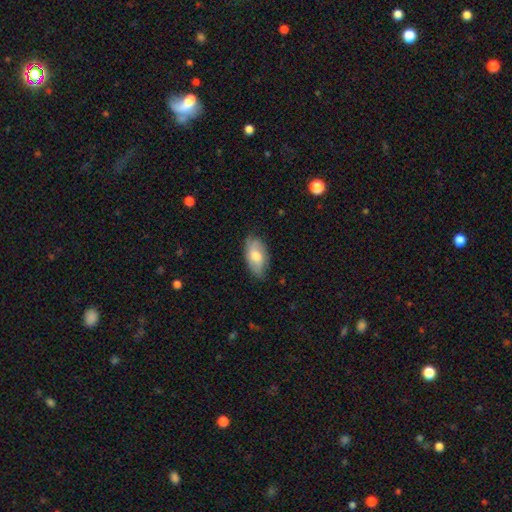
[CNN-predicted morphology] Smooth or featured?
  - smooth: 63% *
  - featured or disk: 31%
  - star or artifact: 6%
How rounded?
  - in between: 92% *
  - round: 4%
  - cigar-shaped: 4%
Merging?
  - none: 74% *
  - minor disturbance: 21%
  - major disturbance: 4%
  - merger: 1%